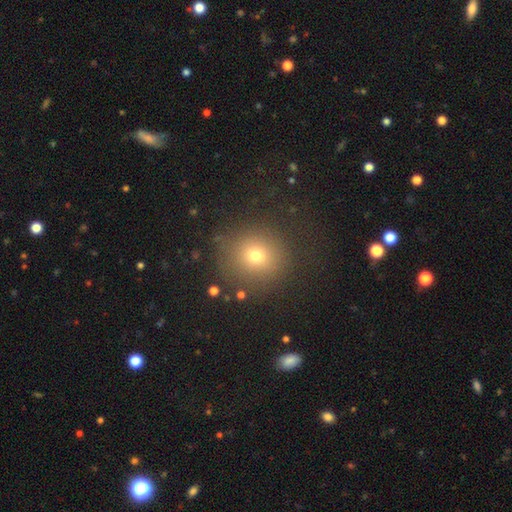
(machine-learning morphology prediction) A smooth galaxy with no disk features (71%) that is round (91%). Merging: none (84%).